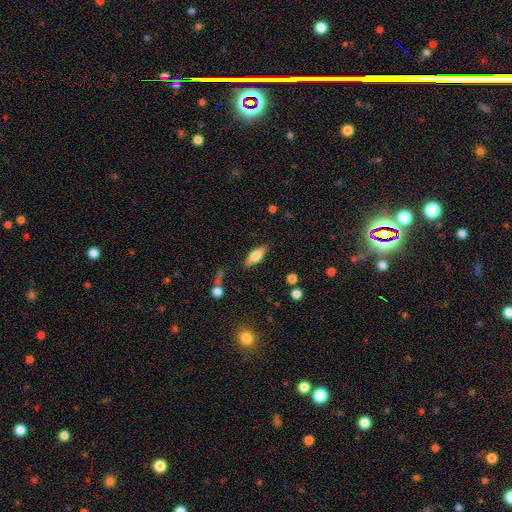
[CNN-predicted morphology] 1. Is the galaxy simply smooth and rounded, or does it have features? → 59% smooth, 35% featured or disk, 7% star or artifact.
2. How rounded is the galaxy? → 63% in between, 34% cigar-shaped, 3% round.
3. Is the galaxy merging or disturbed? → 84% none, 11% minor disturbance, 3% major disturbance, 2% merger.